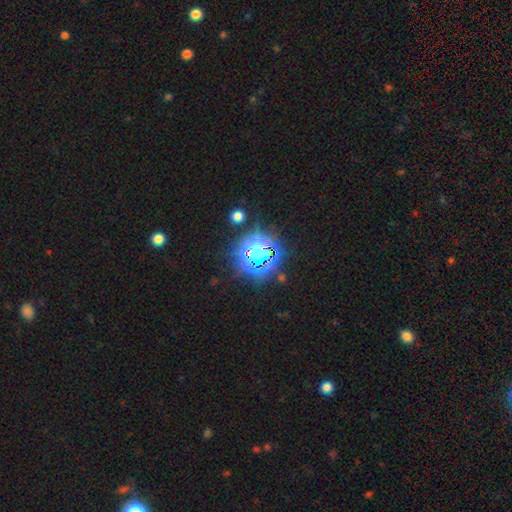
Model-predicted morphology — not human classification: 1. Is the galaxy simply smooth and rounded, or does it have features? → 71% star or artifact, 18% smooth, 10% featured or disk.